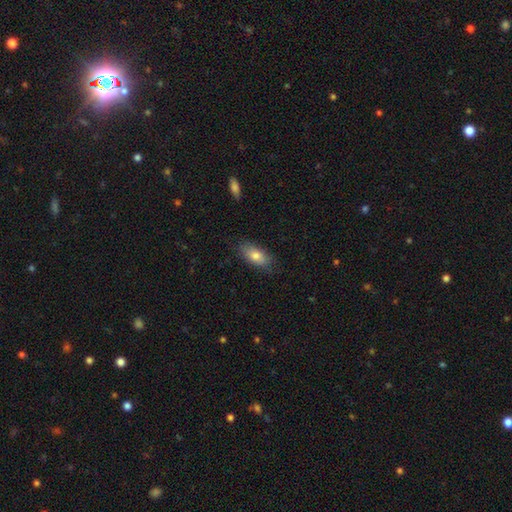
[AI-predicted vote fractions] The model was most divided on "smooth or featured": smooth: 79%, featured or disk: 14%, star or artifact: 7%. More confident: how rounded — in between (87%); merging — none (81%).